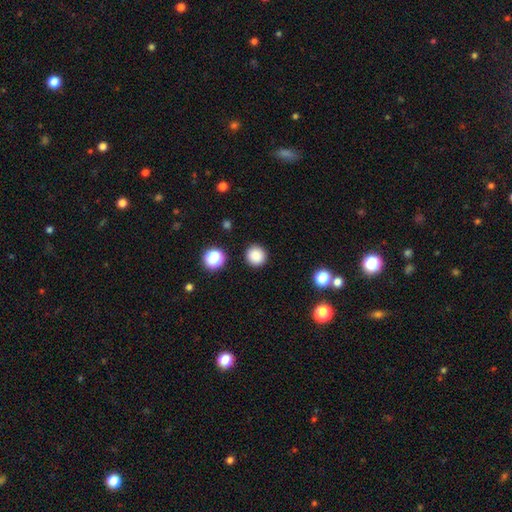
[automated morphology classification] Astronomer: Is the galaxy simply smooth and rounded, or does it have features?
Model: smooth — 86%.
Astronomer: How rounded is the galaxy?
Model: round — 94%.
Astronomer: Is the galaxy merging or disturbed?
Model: none — 91%.